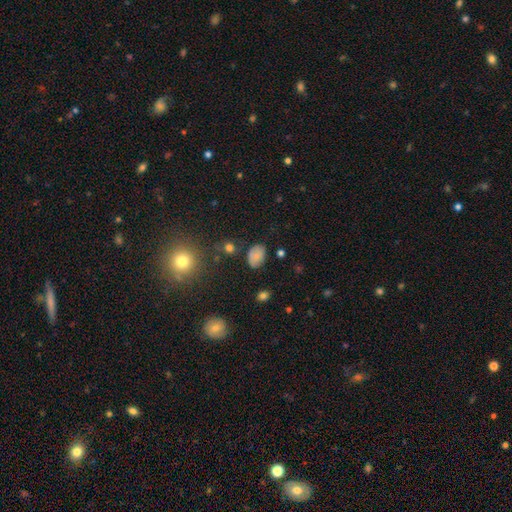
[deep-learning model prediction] Smooth or featured?
  - smooth: 71% *
  - featured or disk: 16%
  - star or artifact: 13%
How rounded?
  - in between: 81% *
  - round: 18%
  - cigar-shaped: 1%
Merging?
  - none: 68% *
  - minor disturbance: 22%
  - major disturbance: 7%
  - merger: 3%